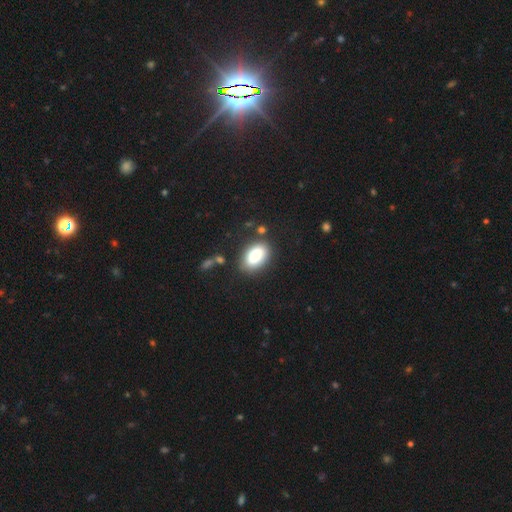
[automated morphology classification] This is likely a smooth galaxy (77%). How rounded: clearly in between (89%). Merging: likely none (79%).